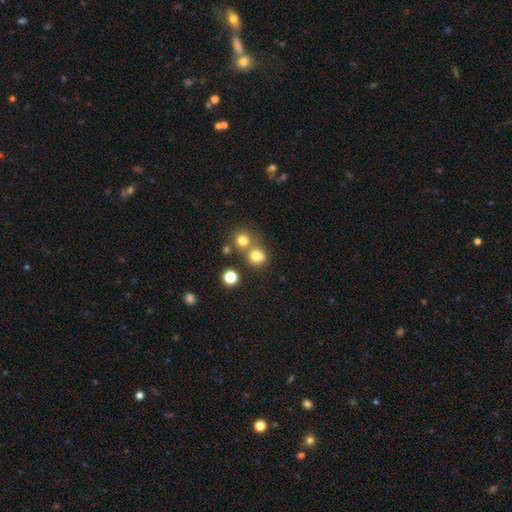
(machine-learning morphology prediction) This appears to be a smooth galaxy with no disk features (76%) that is round (74%). Merging: none (50%).